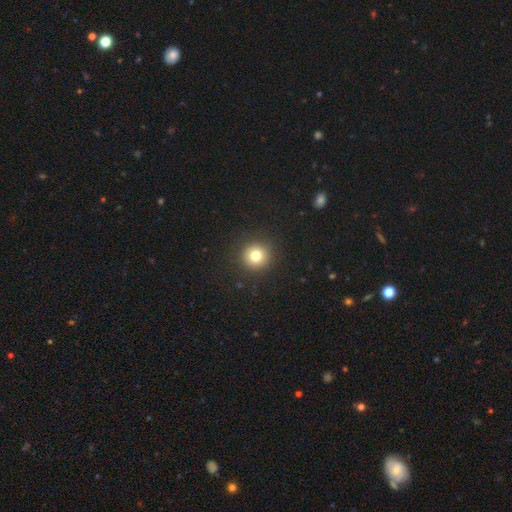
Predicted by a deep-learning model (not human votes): Smooth or featured: smooth — 78% (star or artifact — 13%)
How rounded: round — 95% (in between — 4%)
Merging: none — 91% (minor disturbance — 5%)